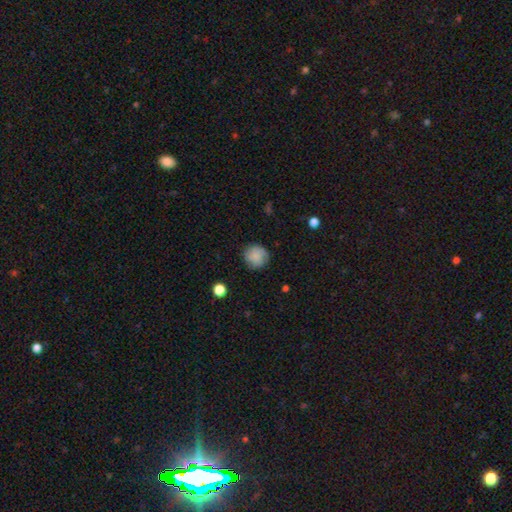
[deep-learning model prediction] smooth 78%, featured or disk 14%, star or artifact 8%. Down the decision tree: how rounded — round (89%); merging — none (78%).